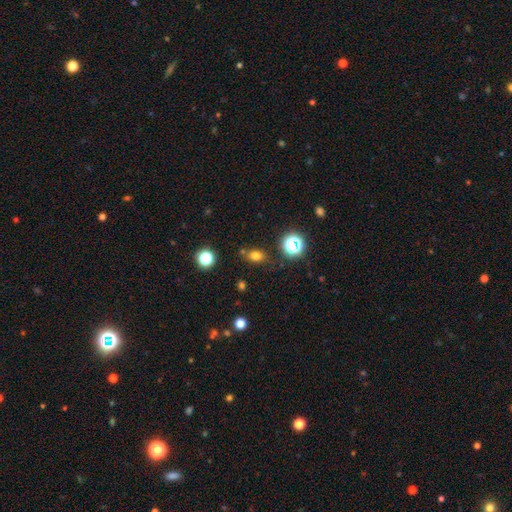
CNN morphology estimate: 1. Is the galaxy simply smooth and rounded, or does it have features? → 74% smooth, 18% star or artifact, 8% featured or disk.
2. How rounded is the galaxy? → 68% in between, 30% round, 2% cigar-shaped.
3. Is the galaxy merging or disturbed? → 75% none, 14% minor disturbance, 7% merger, 4% major disturbance.